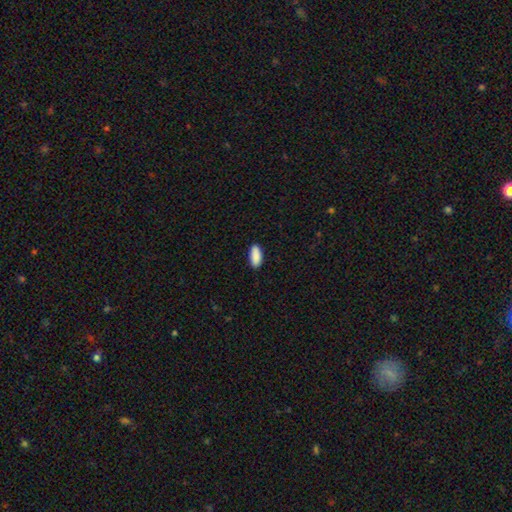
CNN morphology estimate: This is clearly a smooth galaxy (90%). How rounded: clearly in between (84%). Merging: clearly none (88%).